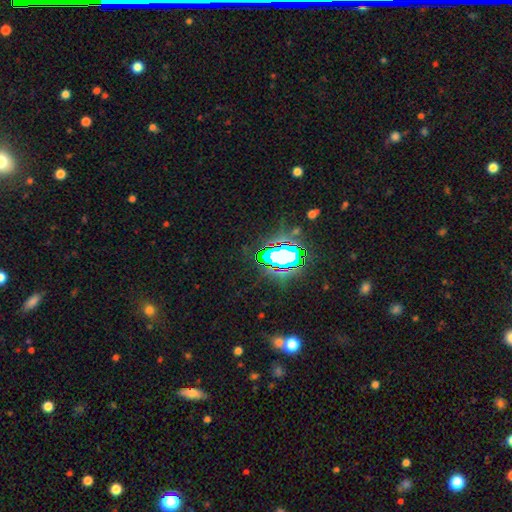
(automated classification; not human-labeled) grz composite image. It shows a star or artifact, not a galaxy (80%).